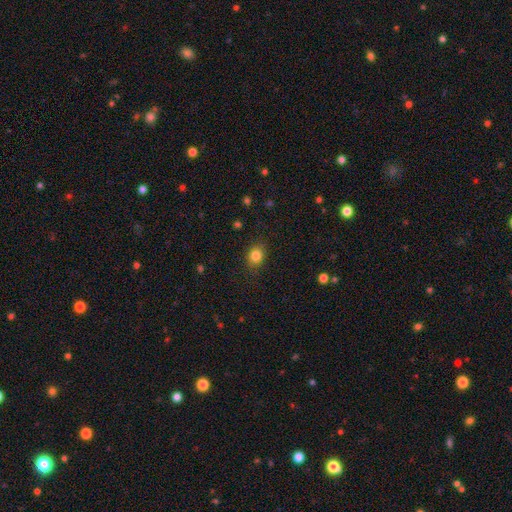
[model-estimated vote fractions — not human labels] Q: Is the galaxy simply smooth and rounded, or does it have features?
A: smooth — 84%.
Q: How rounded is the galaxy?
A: round — 61%.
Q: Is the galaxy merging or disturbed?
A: none — 86%.